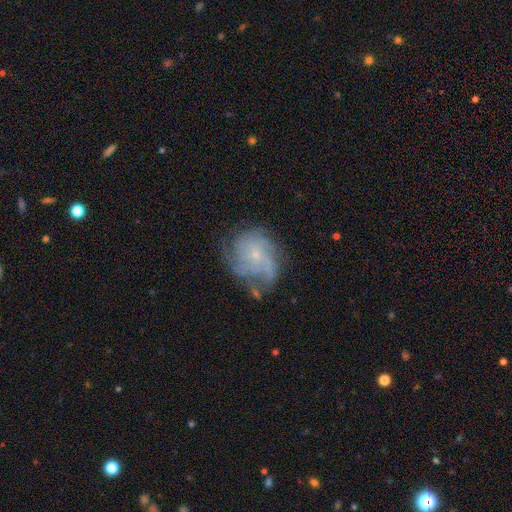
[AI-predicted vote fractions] This appears to be a featured or disk galaxy (72%) with no bar (76%), tight (45%) spiral arms (86%) and a small central bulge (81%). Merging: none (55%).